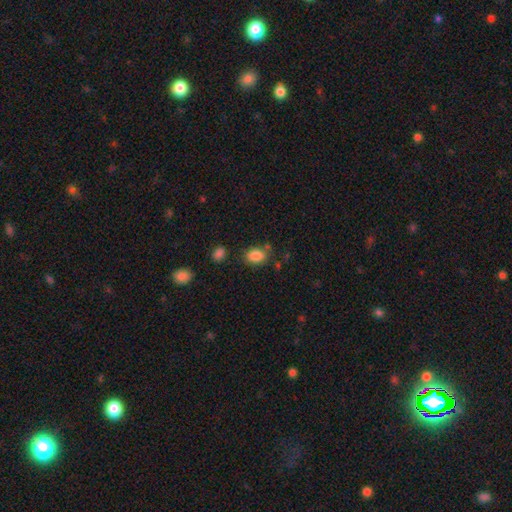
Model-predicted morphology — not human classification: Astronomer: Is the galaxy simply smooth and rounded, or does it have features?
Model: smooth — 85%.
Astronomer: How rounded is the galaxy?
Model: in between — 72%.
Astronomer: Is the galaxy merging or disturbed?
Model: none — 73%.